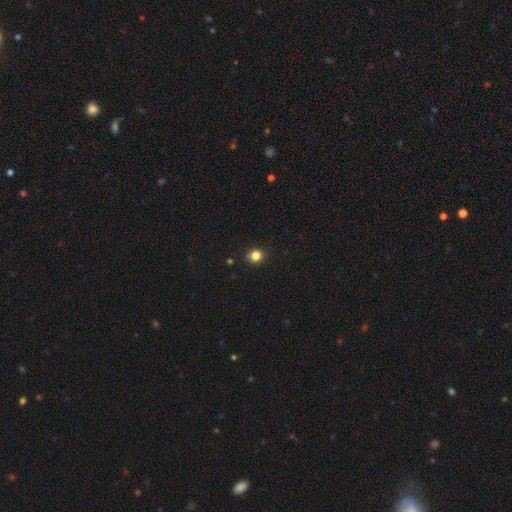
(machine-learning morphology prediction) smooth-or-featured: smooth: 83% | star or artifact: 13% | featured or disk: 4%
  how-rounded: round: 82% | in between: 17% | cigar-shaped: 1%
  merging: none: 89% | minor disturbance: 8% | major disturbance: 2% | merger: 1%